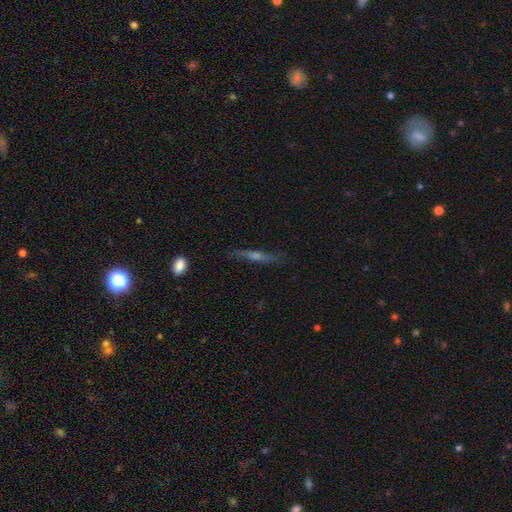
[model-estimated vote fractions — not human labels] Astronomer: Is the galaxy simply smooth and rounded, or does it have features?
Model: featured or disk — 57% (runner-up: smooth, 33%).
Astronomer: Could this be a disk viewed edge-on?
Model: yes — 91%.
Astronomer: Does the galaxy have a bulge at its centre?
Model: rounded — 60%.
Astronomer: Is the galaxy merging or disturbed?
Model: none — 81%.